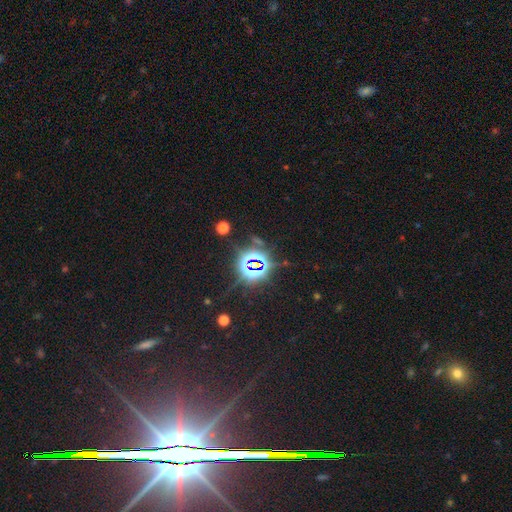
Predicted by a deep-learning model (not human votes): Smooth or featured? Predicted: star or artifact (p=0.80).